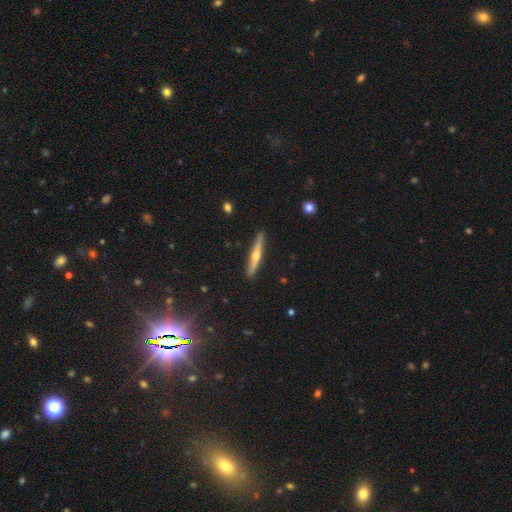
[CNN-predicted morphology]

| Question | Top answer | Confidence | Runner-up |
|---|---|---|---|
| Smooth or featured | featured or disk | 64% | smooth (28%) |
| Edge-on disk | yes | 97% | no (3%) |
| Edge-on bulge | rounded | 89% | none (8%) |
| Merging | none | 90% | minor disturbance (7%) |